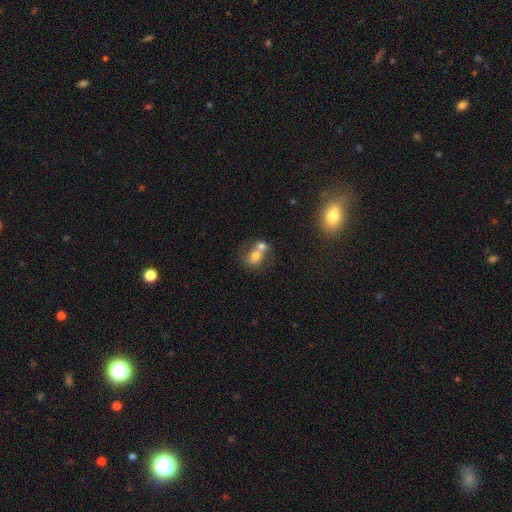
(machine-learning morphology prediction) This appears to be a smooth galaxy with no disk features (64%) that is round (55%). Merging: merger (70%).